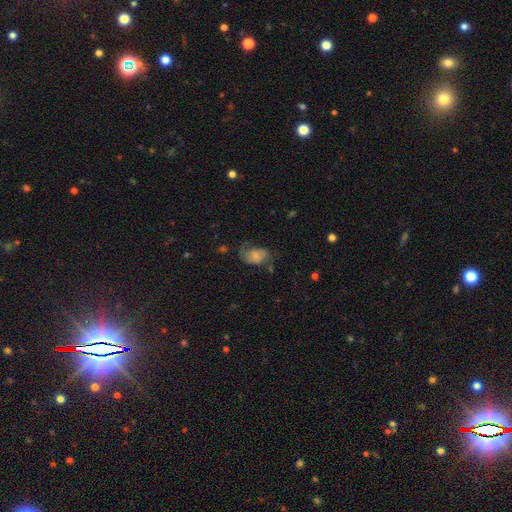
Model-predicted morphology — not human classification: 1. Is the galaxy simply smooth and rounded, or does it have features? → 48% smooth, 42% featured or disk, 10% star or artifact.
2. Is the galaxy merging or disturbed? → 39% none, 30% minor disturbance, 28% major disturbance, 3% merger.